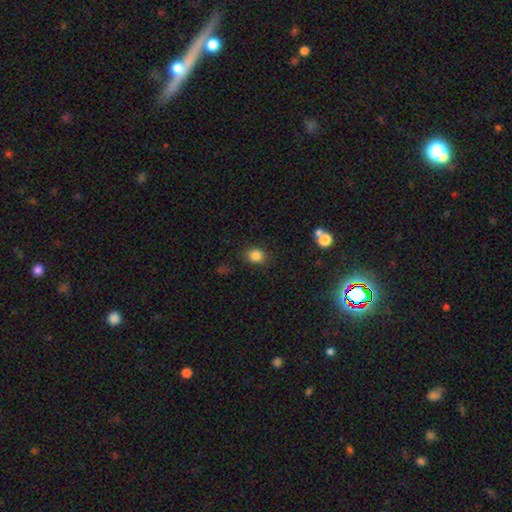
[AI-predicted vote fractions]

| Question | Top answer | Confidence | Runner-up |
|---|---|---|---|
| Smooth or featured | smooth | 84% | star or artifact (11%) |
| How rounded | round | 67% | in between (32%) |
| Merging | none | 85% | minor disturbance (10%) |